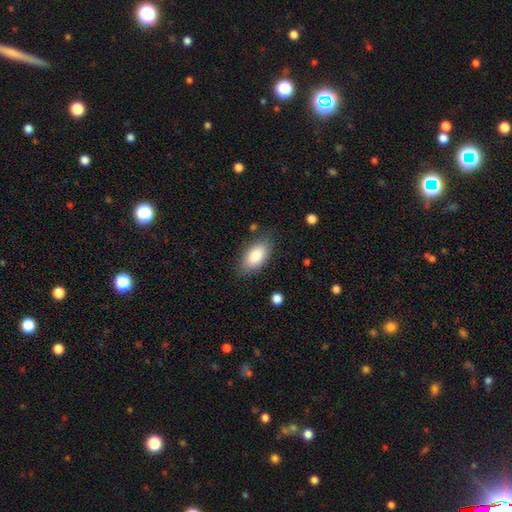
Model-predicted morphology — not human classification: smooth_or_featured: smooth (p=0.84) [alt: featured or disk p=0.10]
how_rounded: in between (p=0.92) [alt: cigar-shaped p=0.06]
merging: none (p=0.80) [alt: minor disturbance p=0.15]